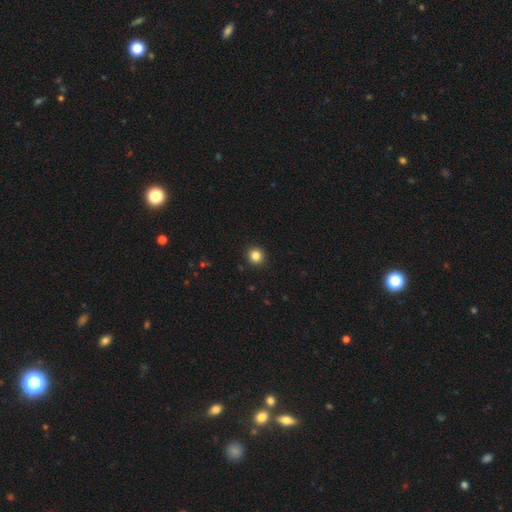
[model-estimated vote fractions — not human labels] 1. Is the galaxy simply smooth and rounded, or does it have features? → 84% smooth, 11% star or artifact, 4% featured or disk.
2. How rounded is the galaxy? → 93% round, 6% in between, 1% cigar-shaped.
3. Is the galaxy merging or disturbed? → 93% none, 5% minor disturbance, 2% major disturbance, 1% merger.